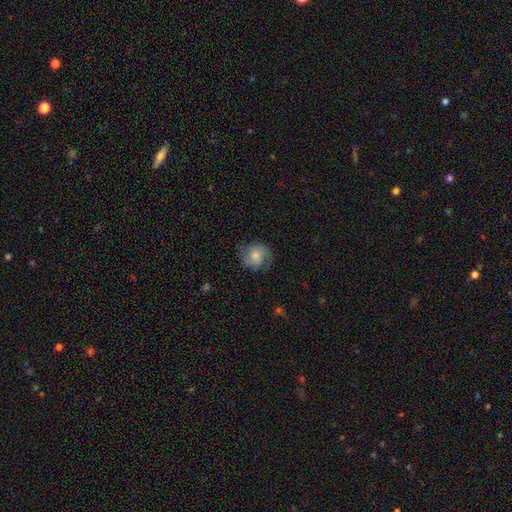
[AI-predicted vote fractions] This is possibly a featured or disk galaxy (48%). Merging: likely none (76%).